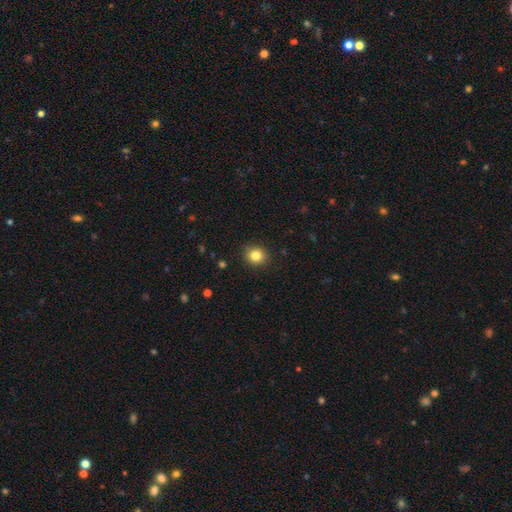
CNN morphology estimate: Smooth or featured: smooth — 83% (star or artifact — 11%)
How rounded: round — 80% (in between — 19%)
Merging: none — 89% (minor disturbance — 8%)